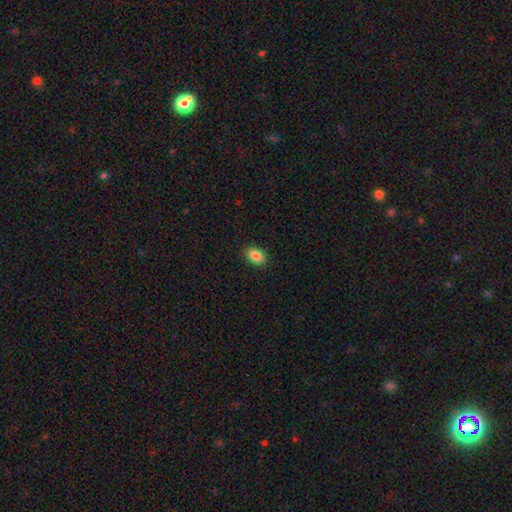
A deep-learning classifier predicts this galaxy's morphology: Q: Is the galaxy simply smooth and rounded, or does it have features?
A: smooth — 87%.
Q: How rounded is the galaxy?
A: in between — 82%.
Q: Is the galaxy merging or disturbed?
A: none — 90%.